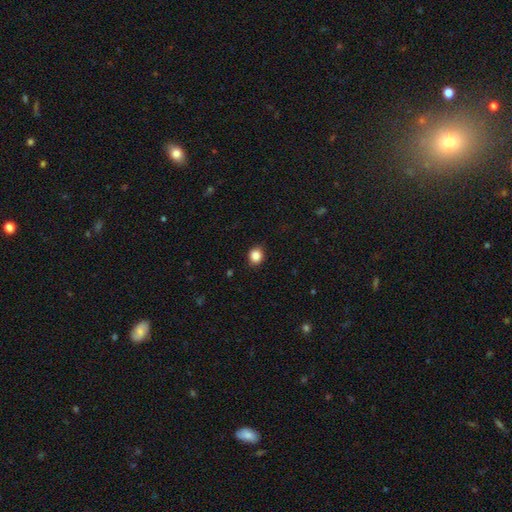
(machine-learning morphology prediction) A smooth galaxy with no disk features (86%) that is round (74%). Merging: none (89%).